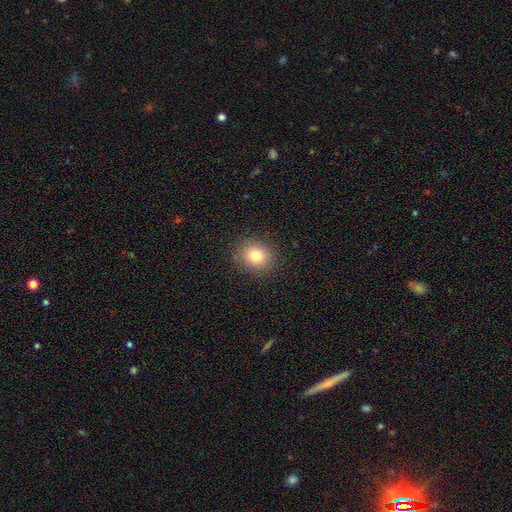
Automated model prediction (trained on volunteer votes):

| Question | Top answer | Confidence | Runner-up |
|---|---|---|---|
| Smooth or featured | smooth | 79% | star or artifact (12%) |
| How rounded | round | 75% | in between (24%) |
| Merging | none | 89% | minor disturbance (8%) |